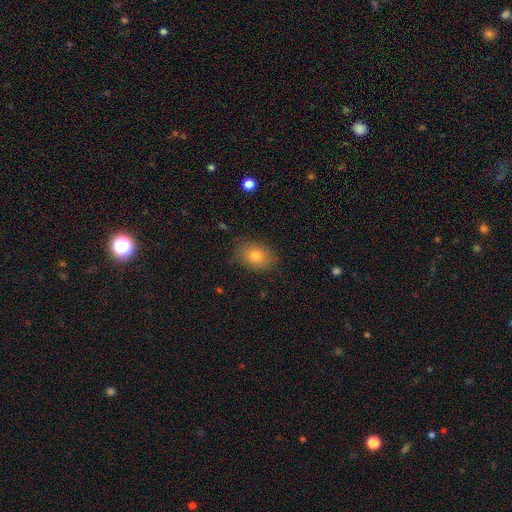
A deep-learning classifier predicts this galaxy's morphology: Overall: smooth (78%). How rounded: in between (67%; round 32%). Merging: none (82%).